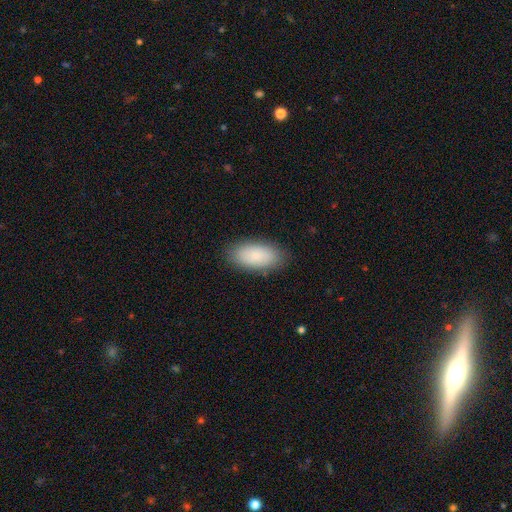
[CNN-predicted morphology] A smooth galaxy with no disk features (87%) that is in between round and cigar-shaped (93%). Merging: none (87%).